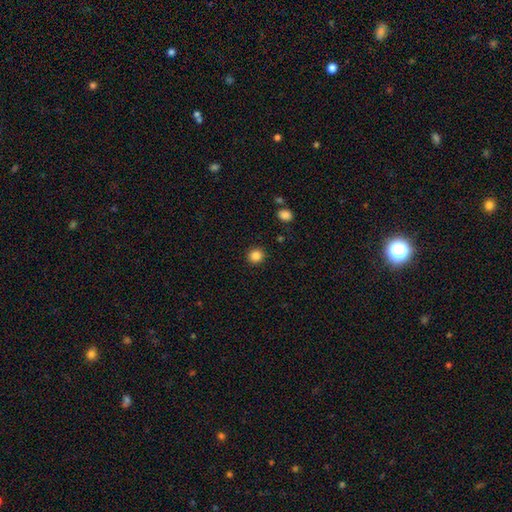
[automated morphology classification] smooth-or-featured: smooth: 85% | star or artifact: 11% | featured or disk: 4%
  how-rounded: round: 92% | in between: 7% | cigar-shaped: 1%
  merging: none: 92% | minor disturbance: 5% | major disturbance: 2% | merger: 1%